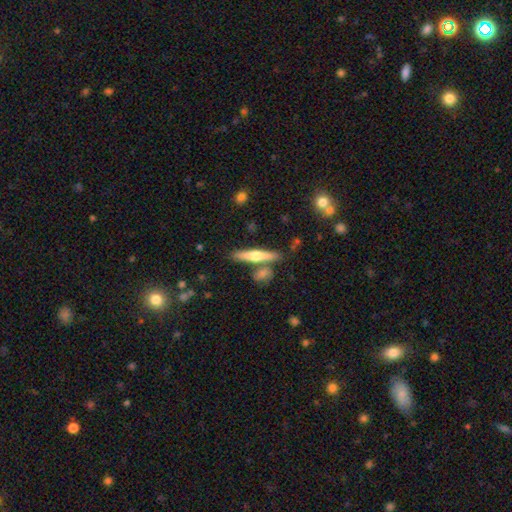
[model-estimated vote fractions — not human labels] This appears to be a featured or disk galaxy (49%). Merging: none (76%).